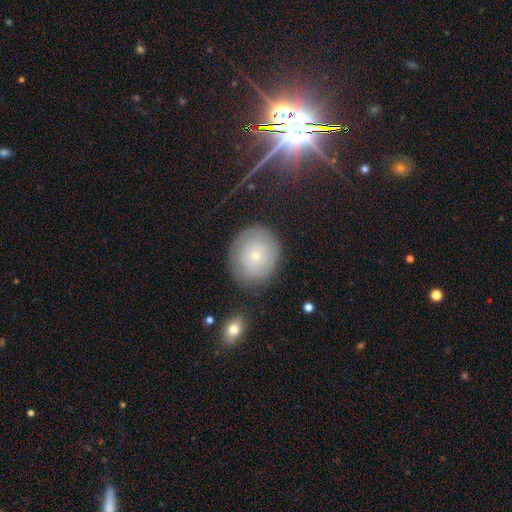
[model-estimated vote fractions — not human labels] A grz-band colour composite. It shows a smooth galaxy with no disk features (55%) that is round (65%). Merging: none (80%).